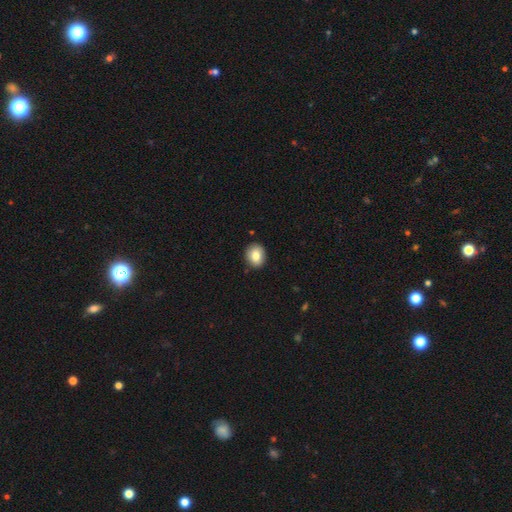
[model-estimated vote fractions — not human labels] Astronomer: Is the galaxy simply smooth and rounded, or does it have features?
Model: smooth — 82%.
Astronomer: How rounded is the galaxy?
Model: round — 60% (runner-up: in between, 39%).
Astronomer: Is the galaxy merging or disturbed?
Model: none — 87%.